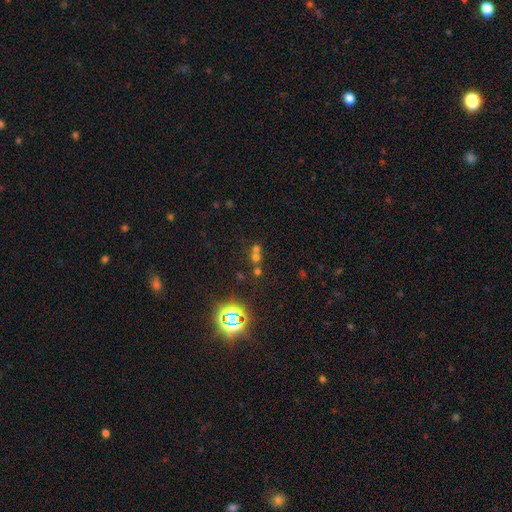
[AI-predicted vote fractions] Smooth or featured? star or artifact (48%)